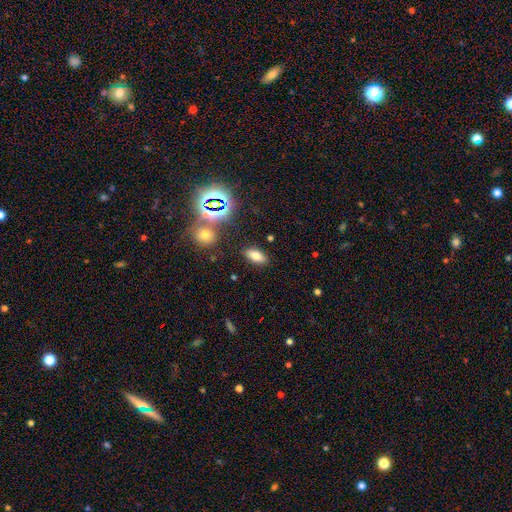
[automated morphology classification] This is likely a smooth galaxy (71%). How rounded: clearly in between (84%). Merging: clearly none (85%).